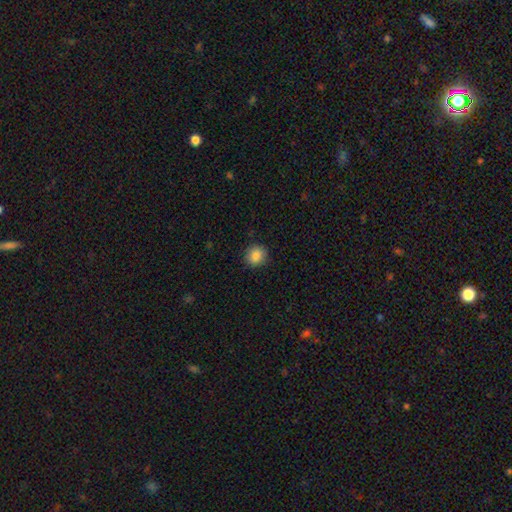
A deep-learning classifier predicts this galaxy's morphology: This appears to be a smooth galaxy with no disk features (87%) that is round (86%). Merging: none (88%).